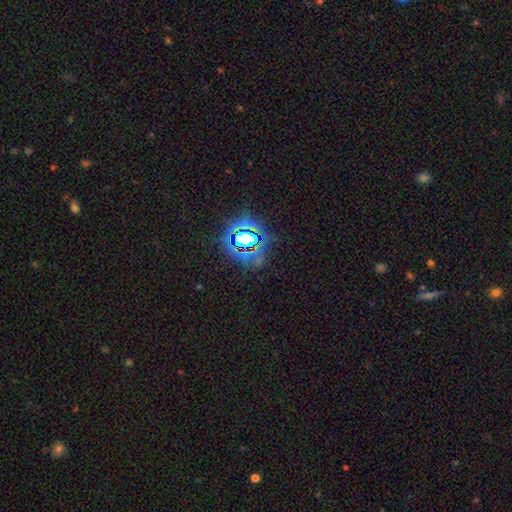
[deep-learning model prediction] Smooth or featured?
  - star or artifact: 75% *
  - smooth: 16%
  - featured or disk: 9%